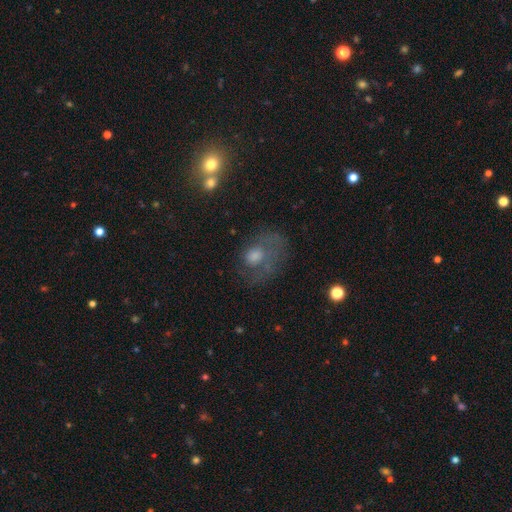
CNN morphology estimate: type=featured or disk (47%); merging=none (43%).